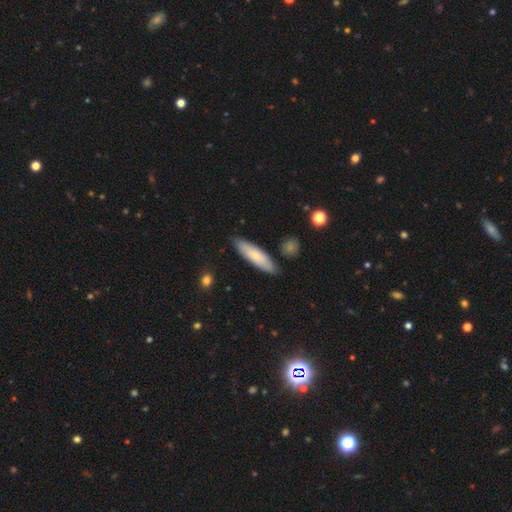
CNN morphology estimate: Smooth or featured: smooth — 74% (featured or disk — 20%)
How rounded: cigar-shaped — 68% (in between — 30%)
Merging: none — 85% (minor disturbance — 11%)